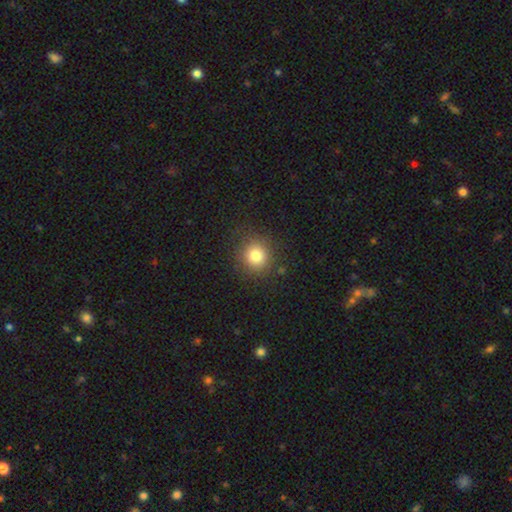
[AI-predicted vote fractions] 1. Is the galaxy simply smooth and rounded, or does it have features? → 81% smooth, 12% star or artifact, 7% featured or disk.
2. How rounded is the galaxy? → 89% round, 10% in between, 1% cigar-shaped.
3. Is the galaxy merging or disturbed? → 86% none, 9% minor disturbance, 4% major disturbance, 1% merger.